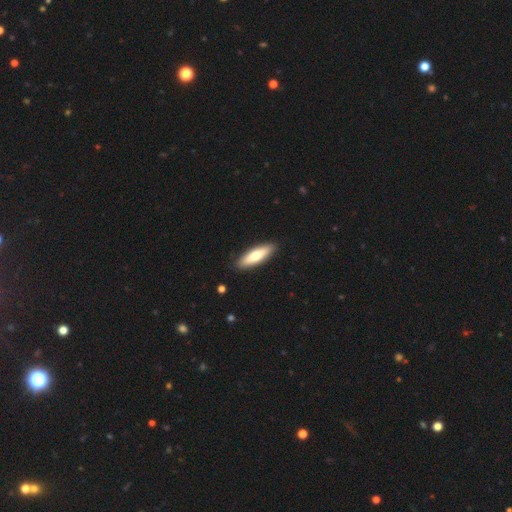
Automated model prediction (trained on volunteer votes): smooth_or_featured: smooth (p=0.67) [alt: featured or disk p=0.28]
how_rounded: cigar-shaped (p=0.56) [alt: in between p=0.43]
merging: none (p=0.90) [alt: minor disturbance p=0.07]